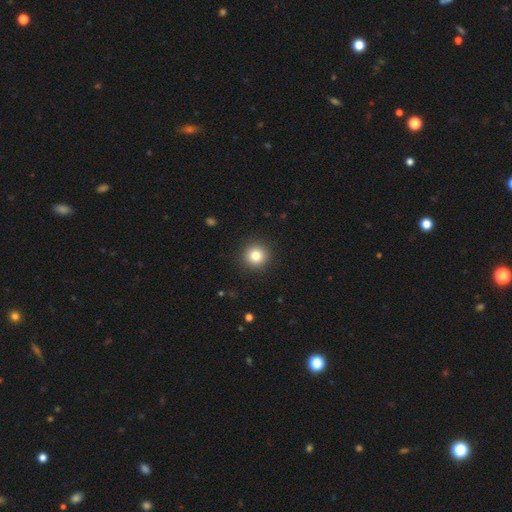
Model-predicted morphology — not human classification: Q: Smooth or featured?
A: smooth (83%); runner-up: star or artifact (11%)
Q: How rounded?
A: round (95%); runner-up: in between (4%)
Q: Merging?
A: none (92%); runner-up: minor disturbance (5%)